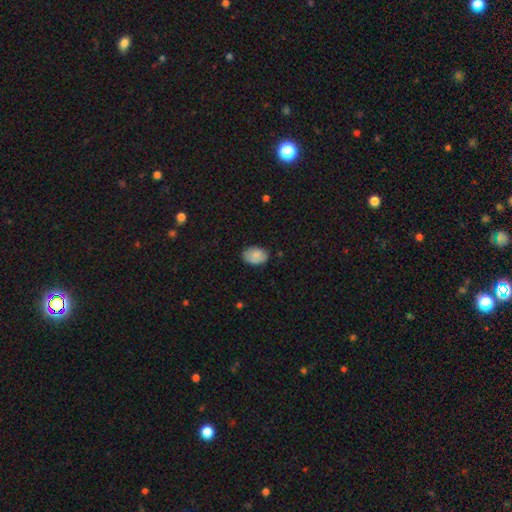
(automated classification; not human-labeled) Smooth or featured? smooth (83%)
How rounded? in between (84%)
Merging? none (78%)